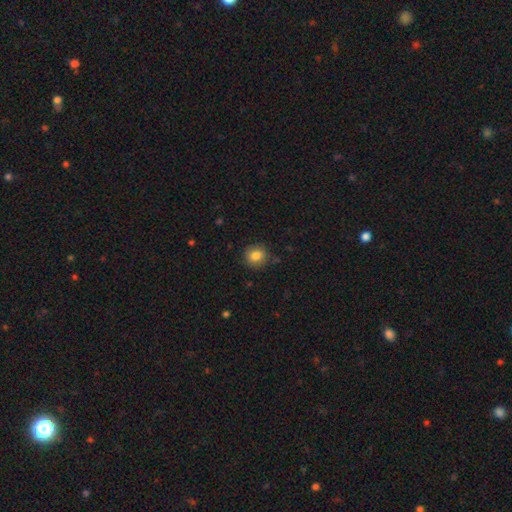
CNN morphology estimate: Smooth or featured? smooth (83%)
How rounded? round (86%)
Merging? none (85%)